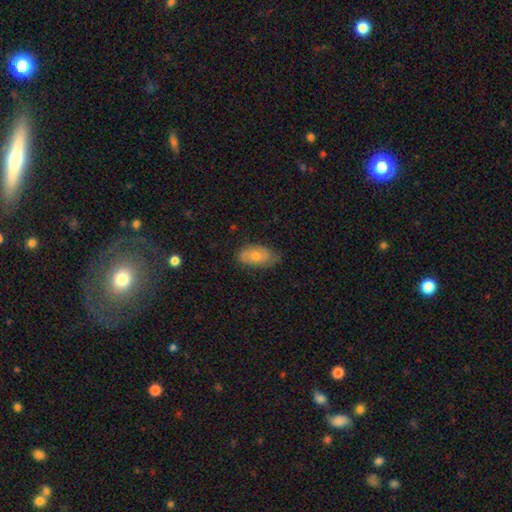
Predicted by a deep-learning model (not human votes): Smooth or featured? Predicted: smooth (p=0.57). How rounded? Predicted: in between (p=0.91). Merging? Predicted: none (p=0.73).